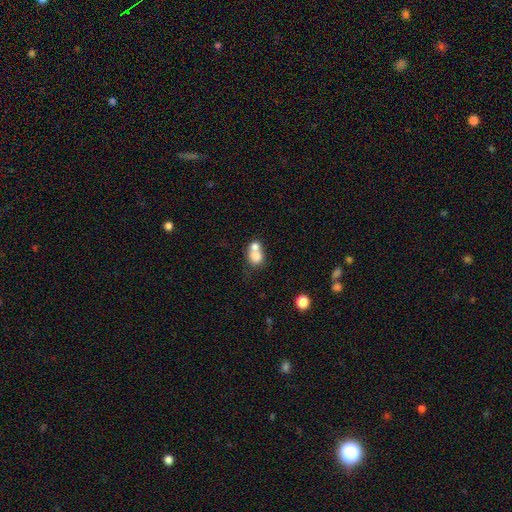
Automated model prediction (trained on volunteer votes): Overall: smooth (75%). How rounded: round (61%; in between 38%). Merging: merger (63%; none 25%).